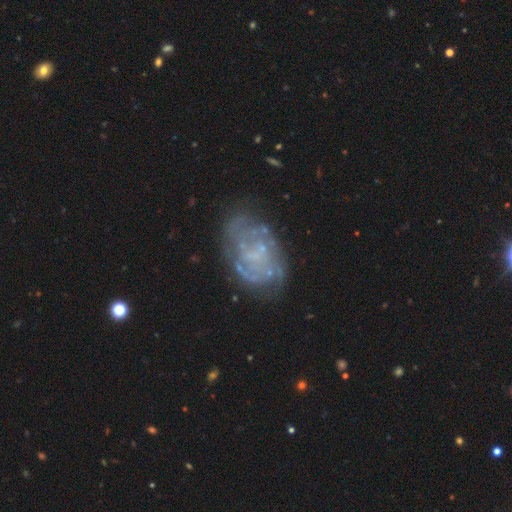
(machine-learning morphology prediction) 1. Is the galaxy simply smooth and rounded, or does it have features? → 73% featured or disk, 17% smooth, 10% star or artifact.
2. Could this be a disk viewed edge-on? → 98% no, 2% yes.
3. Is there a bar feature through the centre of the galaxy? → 74% no, 22% weak, 5% strong.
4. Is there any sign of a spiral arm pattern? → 60% yes, 40% no.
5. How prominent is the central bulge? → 57% none, 32% small, 9% moderate, 1% large, 1% dominant.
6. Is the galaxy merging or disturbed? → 61% none, 21% minor disturbance, 15% major disturbance, 3% merger.